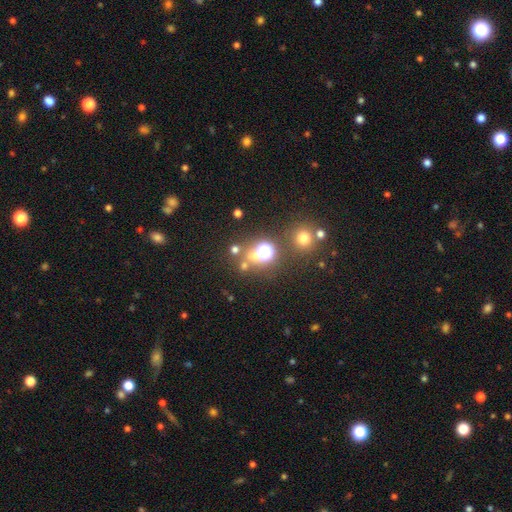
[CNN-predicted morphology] Smooth or featured?
  - star or artifact: 46% *
  - smooth: 44%
  - featured or disk: 10%